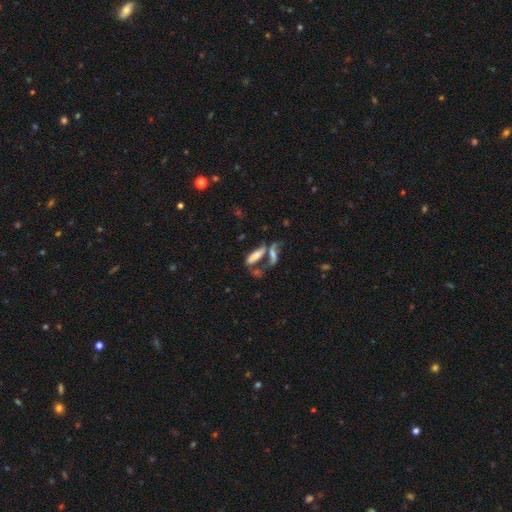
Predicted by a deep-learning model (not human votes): smooth_or_featured: smooth (p=0.54) [alt: featured or disk p=0.33]
how_rounded: cigar-shaped (p=0.52) [alt: in between p=0.45]
merging: merger (p=0.49) [alt: none p=0.27]